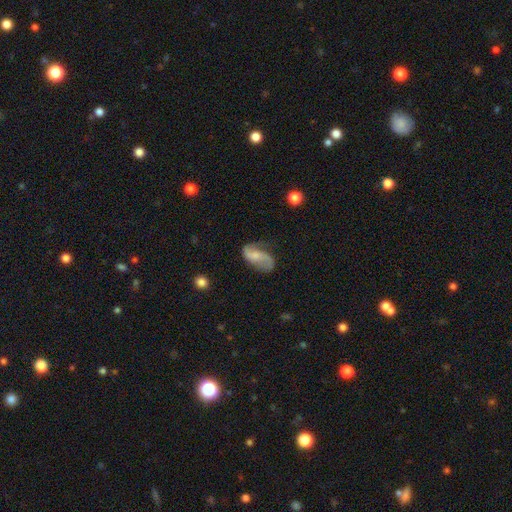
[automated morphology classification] This appears to be a featured or disk galaxy (69%) with no bar (52%), 2 (89%) loose (70%) spiral arms (92%) and a small central bulge (39%). Merging: none (59%).